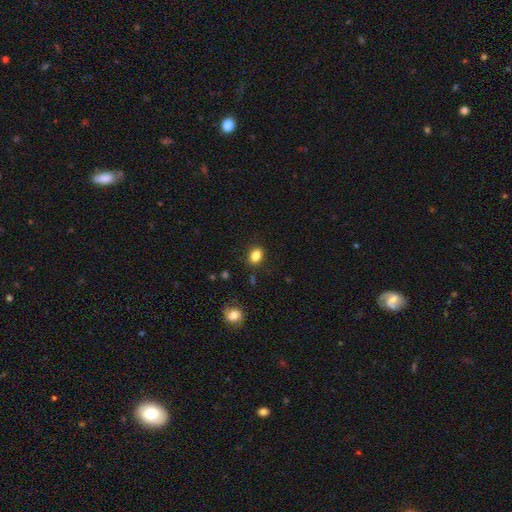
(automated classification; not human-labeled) Smooth or featured?
  - smooth: 84% *
  - star or artifact: 10%
  - featured or disk: 6%
How rounded?
  - in between: 69% *
  - round: 29%
  - cigar-shaped: 1%
Merging?
  - none: 86% *
  - minor disturbance: 10%
  - major disturbance: 3%
  - merger: 2%